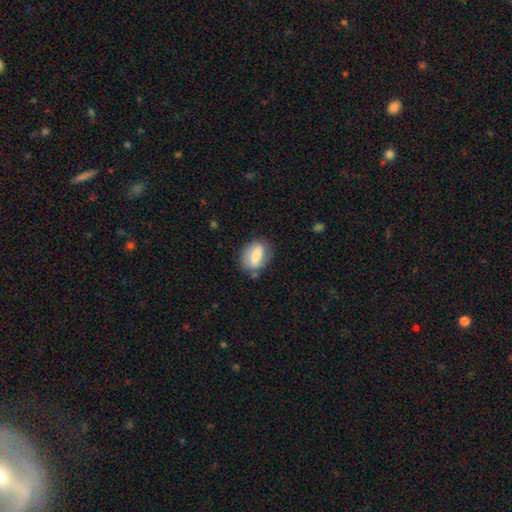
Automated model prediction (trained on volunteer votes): smooth 65%, featured or disk 28%, star or artifact 7%. Down the decision tree: how rounded — in between (78%); merging — none (64%).